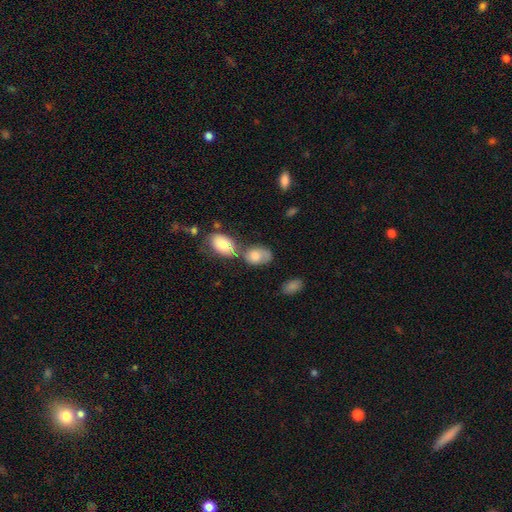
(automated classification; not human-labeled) Smooth or featured? Predicted: smooth (p=0.65). How rounded? Predicted: in between (p=0.81). Merging? Predicted: merger (p=0.34).